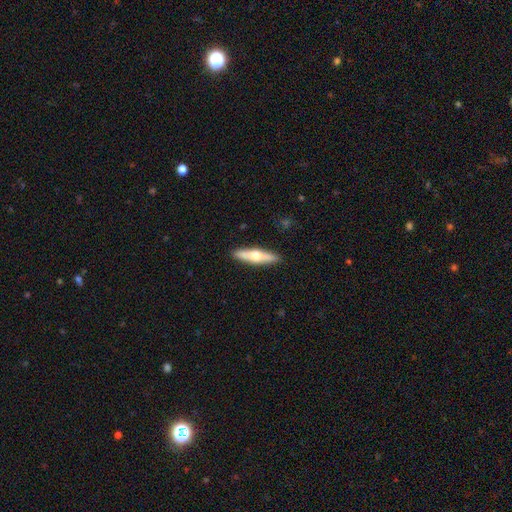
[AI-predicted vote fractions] A featured or disk galaxy (49%).

Vote fractions:
- Smooth or featured? featured or disk: 49% / smooth: 45% / star or artifact: 5%
- Merging? none: 90% / minor disturbance: 7% / major disturbance: 2% / merger: 1%